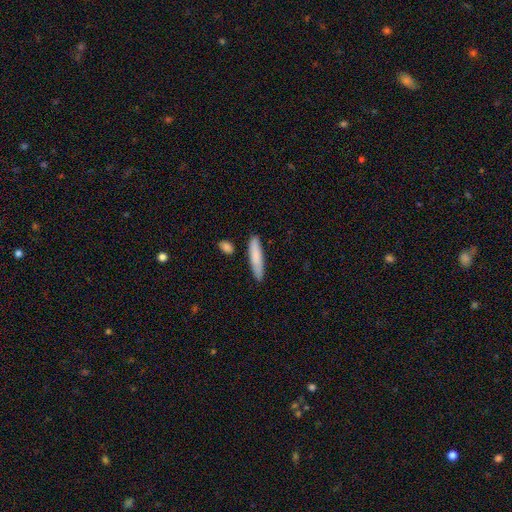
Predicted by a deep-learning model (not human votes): smooth 81%, featured or disk 14%, star or artifact 6%. Down the decision tree: how rounded — cigar-shaped (85%); merging — none (83%).